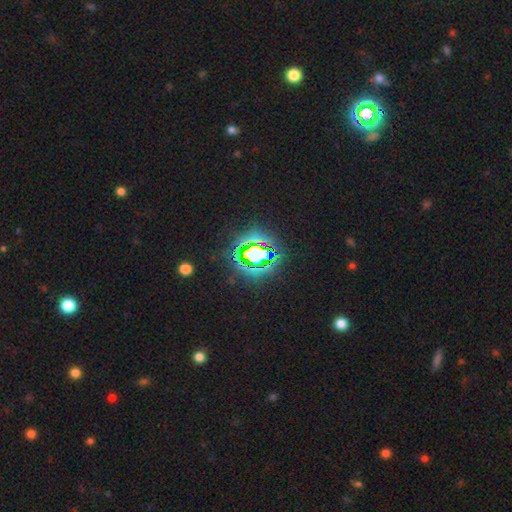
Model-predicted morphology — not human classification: Smooth or featured? Predicted: star or artifact (p=0.74).